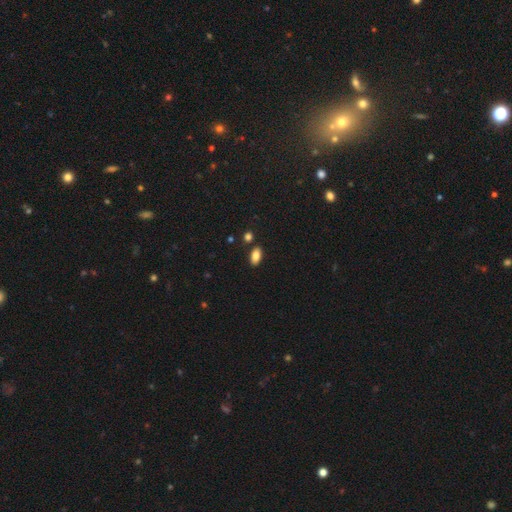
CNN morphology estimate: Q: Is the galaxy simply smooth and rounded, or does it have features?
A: smooth — 85%.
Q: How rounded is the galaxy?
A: in between — 92%.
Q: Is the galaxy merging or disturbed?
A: none — 84%.